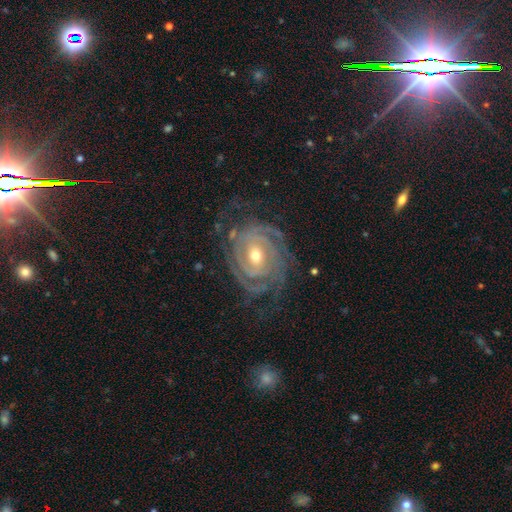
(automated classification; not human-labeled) This appears to be a featured or disk galaxy (90%) with no bar (53%), tight (77%) spiral arms (97%) and a moderate central bulge (60%). Merging: none (69%).